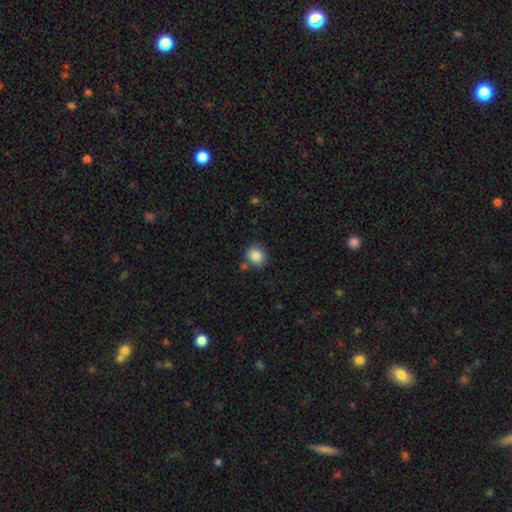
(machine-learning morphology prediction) smooth-or-featured: smooth: 87% | star or artifact: 9% | featured or disk: 4%
  how-rounded: round: 77% | in between: 22% | cigar-shaped: 1%
  merging: none: 73% | minor disturbance: 13% | merger: 10% | major disturbance: 4%